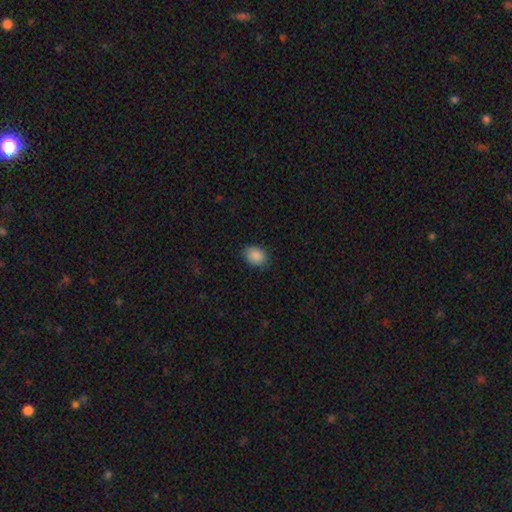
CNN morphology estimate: Overall: smooth (89%). How rounded: in between (69%; round 30%). Merging: none (82%).